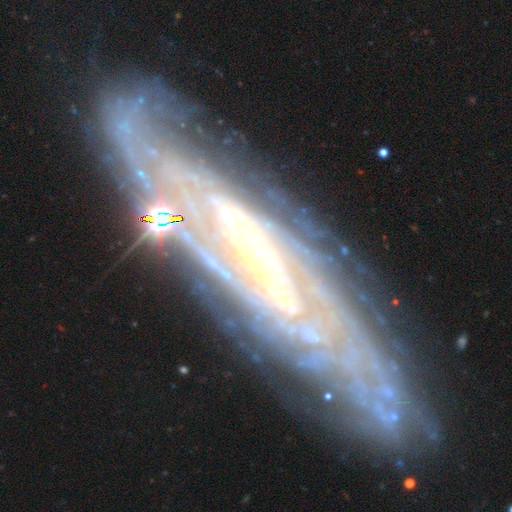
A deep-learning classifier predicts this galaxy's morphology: smooth-or-featured: featured or disk: 86% | smooth: 7% | star or artifact: 7%
  disk-edge-on: no: 72% | yes: 28%
    bar: weak: 35% | strong: 33% | no: 33%
    has-spiral-arms: yes: 92% | no: 8%
      spiral-winding: tight: 65% | medium: 27% | loose: 8%
      spiral-arm-count: can't tell: 47% | 2: 23% | 3: 11% | 4: 7% | more than 4: 7% | 1: 5%
    bulge-size: small: 68% | moderate: 23% | none: 5% | large: 3% | dominant: 1%
  merging: none: 71% | minor disturbance: 16% | major disturbance: 7% | merger: 6%